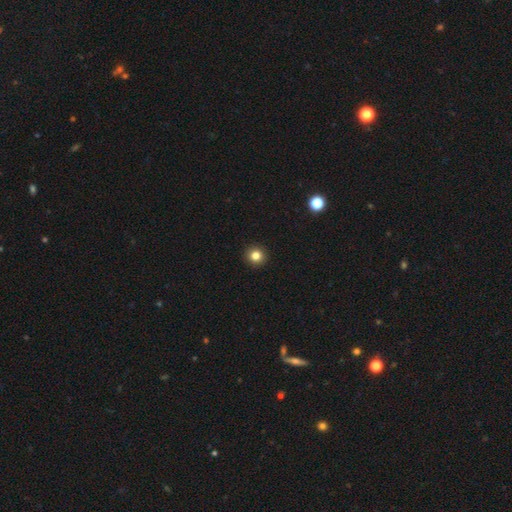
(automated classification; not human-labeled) Smooth or featured? smooth (83%)
How rounded? round (93%)
Merging? none (93%)